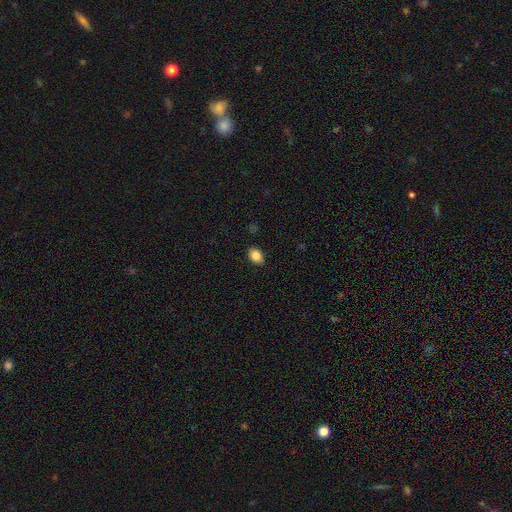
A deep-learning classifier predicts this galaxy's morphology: Overall: smooth (86%). How rounded: in between (76%). Merging: none (87%).